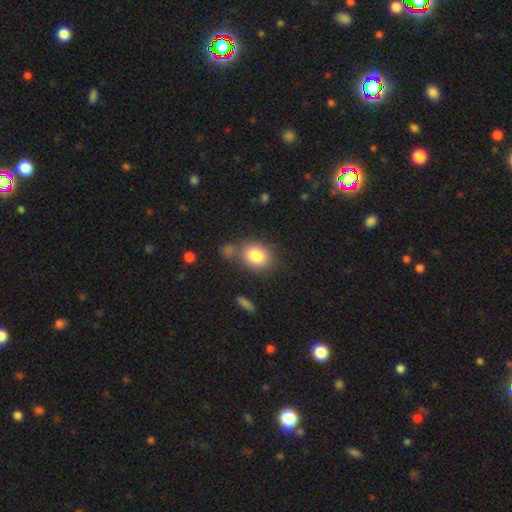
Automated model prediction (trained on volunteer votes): The model was most divided on "how rounded": round: 52%, in between: 47%, cigar-shaped: 1%. More confident: smooth or featured — smooth (82%); merging — none (68%).